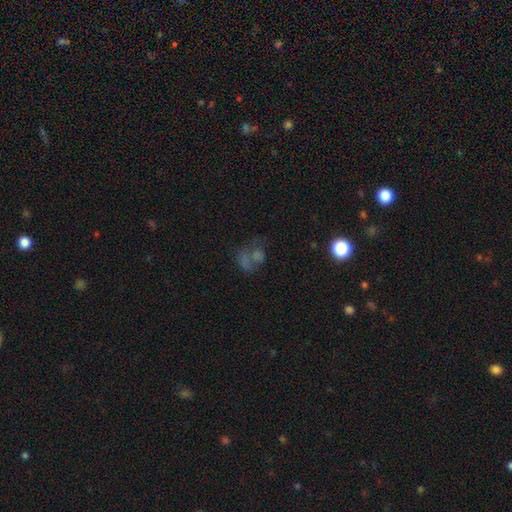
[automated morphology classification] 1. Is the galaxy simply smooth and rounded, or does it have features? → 43% smooth, 31% star or artifact, 26% featured or disk.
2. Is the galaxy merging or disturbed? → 39% none, 30% merger, 19% major disturbance, 13% minor disturbance.